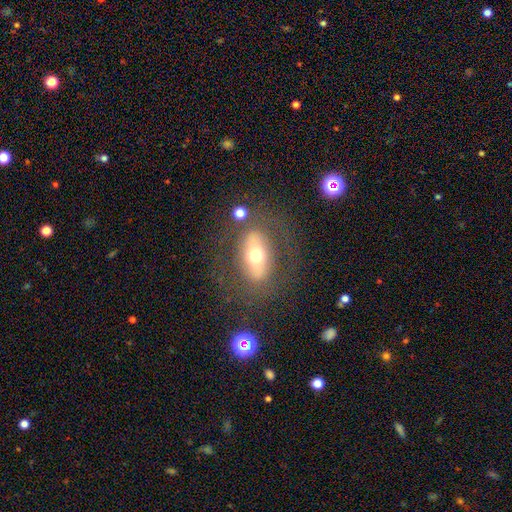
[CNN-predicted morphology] This appears to be a featured or disk galaxy (46%). Merging: none (74%).